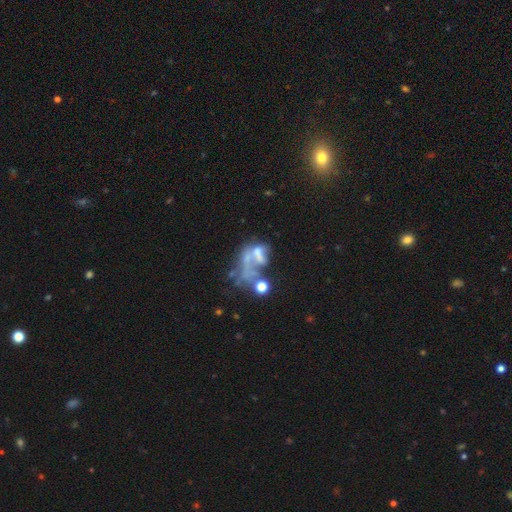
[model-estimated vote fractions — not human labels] A featured or disk galaxy (50%).

Vote fractions:
- Smooth or featured? featured or disk: 50% / smooth: 29% / star or artifact: 21%
- Merging? major disturbance: 39% / merger: 36% / none: 15% / minor disturbance: 10%